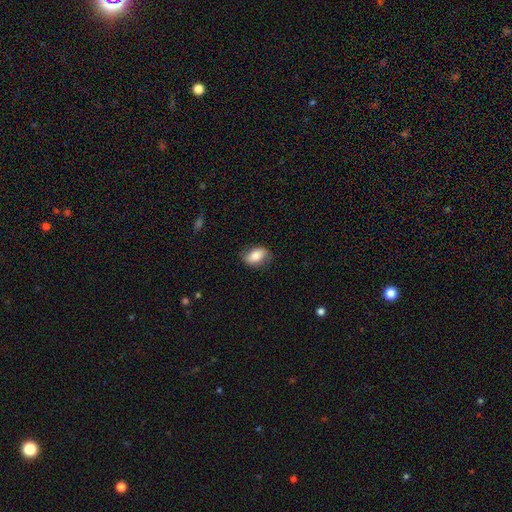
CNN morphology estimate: type=smooth (75%); roundness=in between (88%); merging=none (75%).